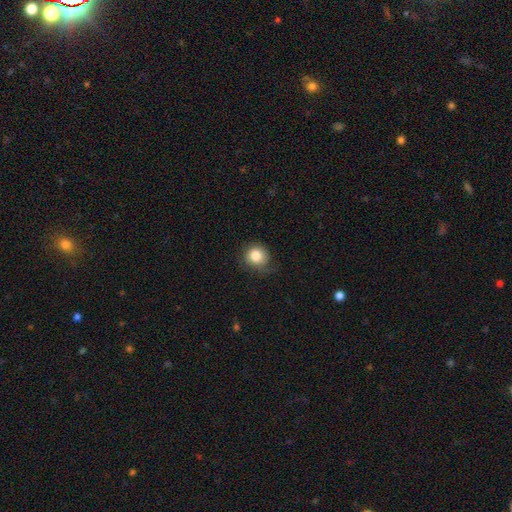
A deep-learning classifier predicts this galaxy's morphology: Smooth or featured: smooth — 82% (star or artifact — 9%)
How rounded: round — 85% (in between — 14%)
Merging: none — 63% (minor disturbance — 26%)